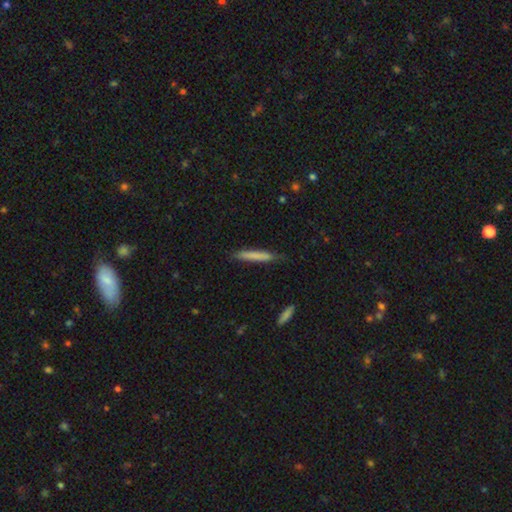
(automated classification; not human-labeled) Smooth or featured: smooth — 76% (featured or disk — 18%)
How rounded: cigar-shaped — 95% (in between — 4%)
Merging: none — 82% (minor disturbance — 15%)